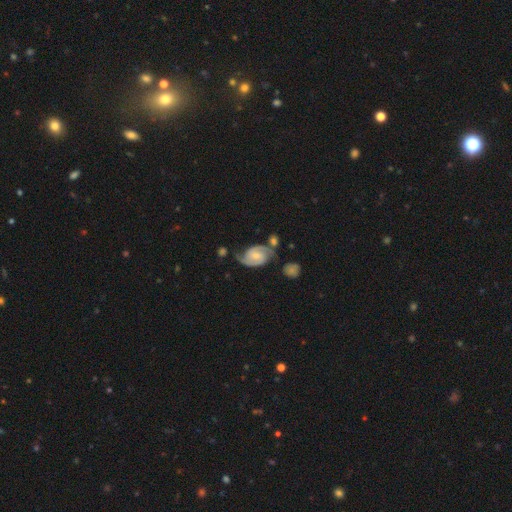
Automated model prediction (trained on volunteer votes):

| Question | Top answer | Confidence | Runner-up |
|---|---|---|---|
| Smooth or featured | featured or disk | 85% | smooth (10%) |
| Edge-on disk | no | 97% | yes (3%) |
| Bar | no | 46% | weak (42%) |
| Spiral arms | yes | 97% | no (3%) |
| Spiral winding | medium | 49% | tight (33%) |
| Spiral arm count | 2 | 89% | can't tell (4%) |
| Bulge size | small | 54% | moderate (36%) |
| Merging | none | 56% | minor disturbance (19%) |